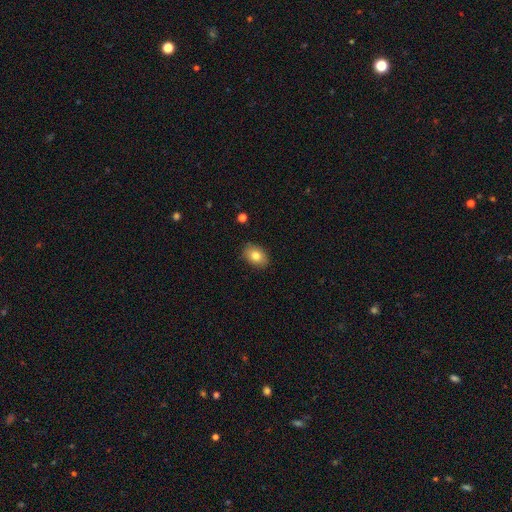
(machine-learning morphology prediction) smooth_or_featured: smooth (p=0.80) [alt: featured or disk p=0.11]
how_rounded: in between (p=0.76) [alt: round p=0.23]
merging: none (p=0.88) [alt: minor disturbance p=0.09]